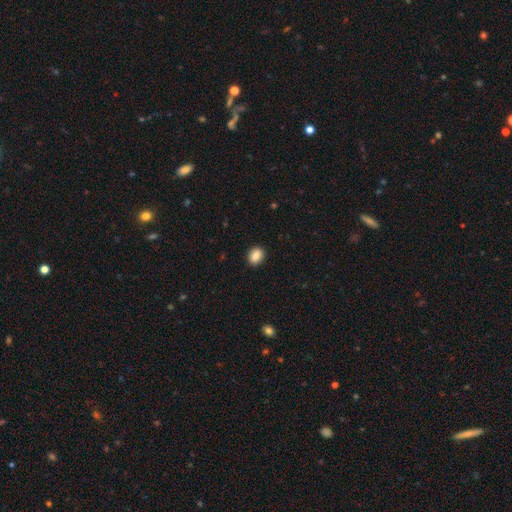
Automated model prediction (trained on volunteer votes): Overall: smooth (84%). How rounded: in between (51%; round 48%). Merging: none (89%).